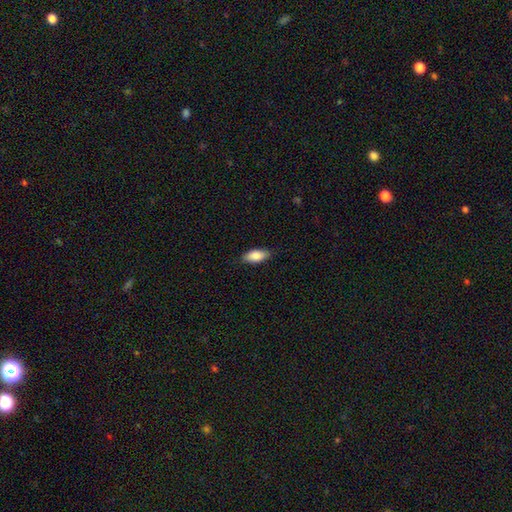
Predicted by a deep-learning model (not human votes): Smooth or featured?
  - smooth: 85% *
  - featured or disk: 8%
  - star or artifact: 6%
How rounded?
  - in between: 87% *
  - cigar-shaped: 10%
  - round: 3%
Merging?
  - none: 85% *
  - minor disturbance: 12%
  - major disturbance: 2%
  - merger: 1%